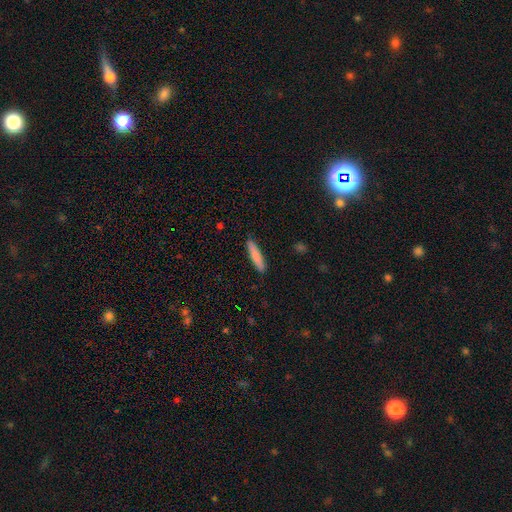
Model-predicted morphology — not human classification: type=smooth (80%); roundness=cigar-shaped (90%); merging=none (89%).